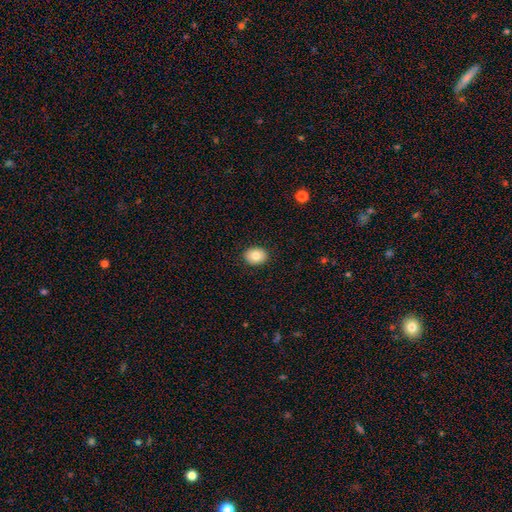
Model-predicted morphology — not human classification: This is clearly a smooth galaxy (83%). How rounded: likely in between (61%). Merging: clearly none (90%).